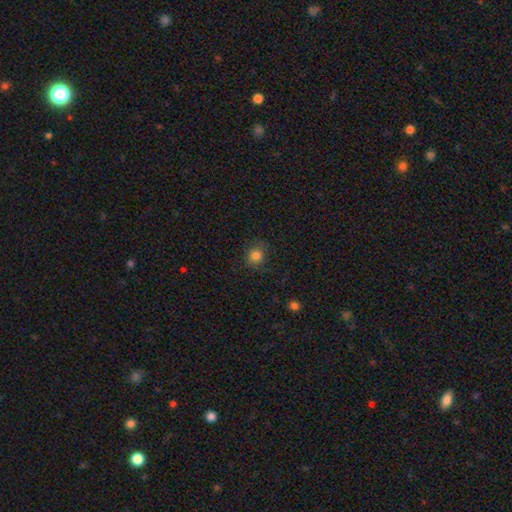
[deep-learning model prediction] Q: Smooth or featured?
A: smooth (81%); runner-up: star or artifact (12%)
Q: How rounded?
A: round (81%); runner-up: in between (18%)
Q: Merging?
A: none (81%); runner-up: minor disturbance (13%)